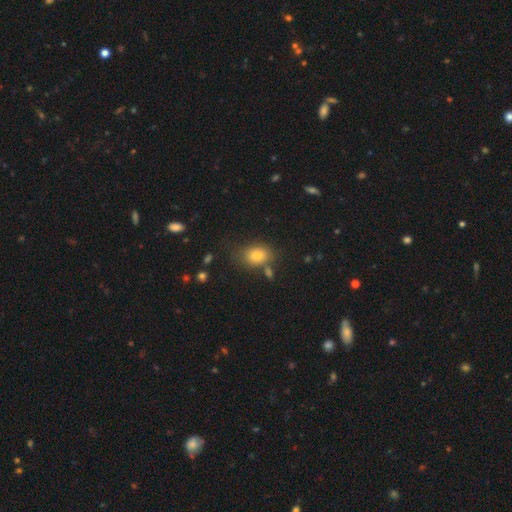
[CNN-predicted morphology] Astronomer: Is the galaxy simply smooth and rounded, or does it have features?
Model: smooth — 82%.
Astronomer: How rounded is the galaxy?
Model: in between — 67%.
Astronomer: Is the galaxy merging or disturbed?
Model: none — 65%.